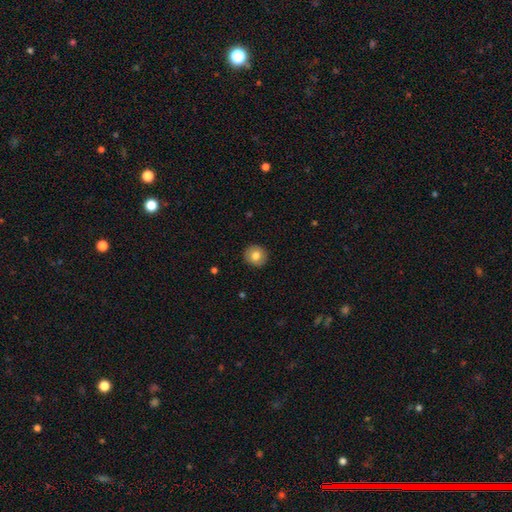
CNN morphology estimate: Overall: smooth (79%). How rounded: round (91%). Merging: none (91%).